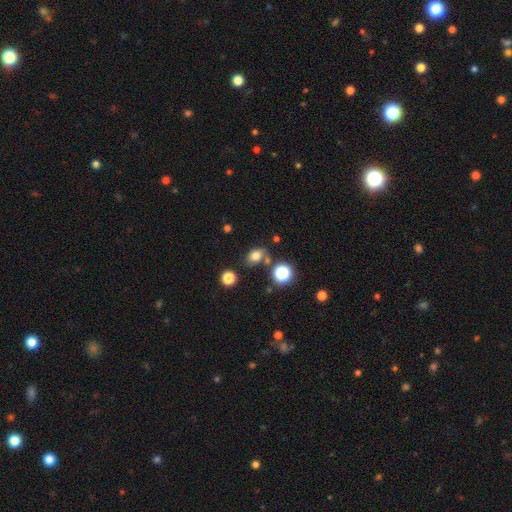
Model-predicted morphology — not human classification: A smooth galaxy with no disk features (74%) that is in between round and cigar-shaped (66%). Merging: none (71%).